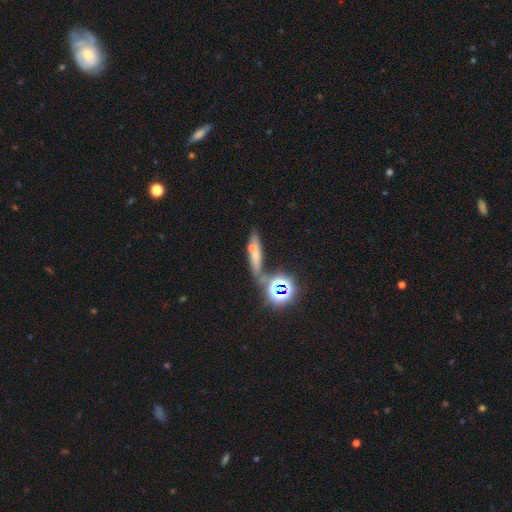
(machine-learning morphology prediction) Smooth or featured: star or artifact — 38% (smooth — 36%)